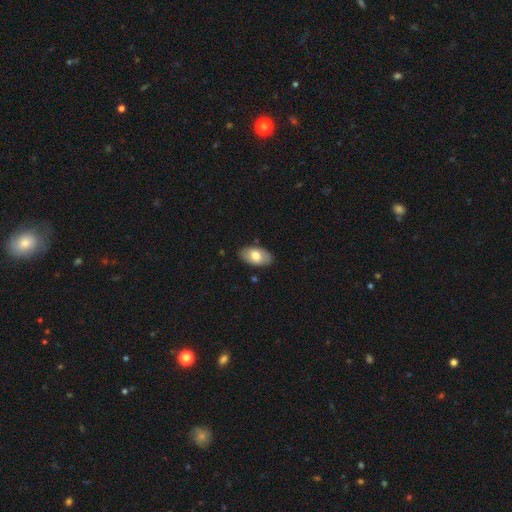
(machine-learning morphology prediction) smooth 73%, featured or disk 21%, star or artifact 6%. Down the decision tree: how rounded — in between (94%); merging — none (85%).